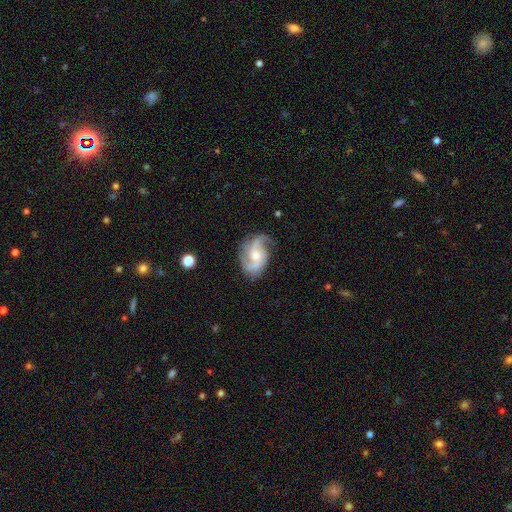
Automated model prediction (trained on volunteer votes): A featured or disk galaxy (89%) with no bar (56%), 2 (69%) medium (53%) spiral arms (98%) and a moderate central bulge (54%).

Vote fractions:
- Smooth or featured? featured or disk: 89% / smooth: 6% / star or artifact: 5%
- Edge-on disk? no: 98% / yes: 2%
- Bar? no: 56% / weak: 36% / strong: 7%
- Spiral arms? yes: 98% / no: 2%
- Spiral winding? medium: 53% / loose: 28% / tight: 19%
- Spiral arm count? 2: 69% / 3: 18% / can't tell: 5% / 1: 3% / 4: 2% / more than 4: 2%
- Bulge size? moderate: 54% / small: 35% / large: 5% / none: 4% / dominant: 1%
- Merging? none: 70% / minor disturbance: 19% / major disturbance: 9% / merger: 2%